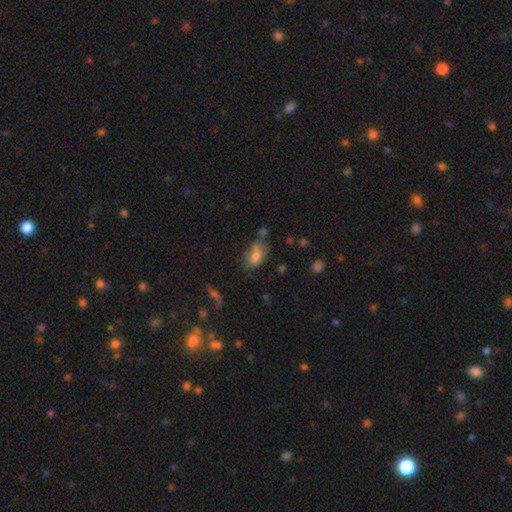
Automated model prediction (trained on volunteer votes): Q: Smooth or featured?
A: smooth (74%); runner-up: featured or disk (15%)
Q: How rounded?
A: in between (88%); runner-up: round (7%)
Q: Merging?
A: none (49%); runner-up: minor disturbance (27%)